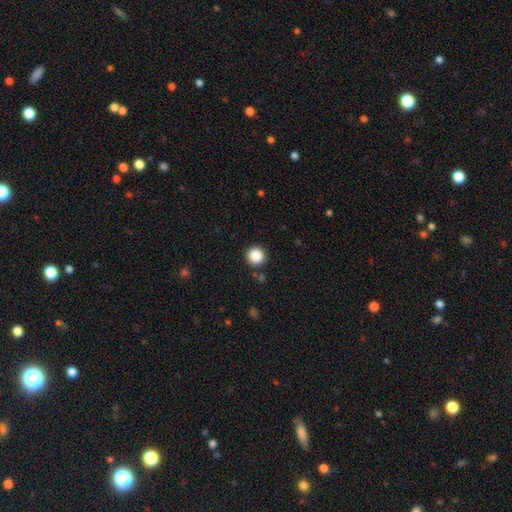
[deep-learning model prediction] smooth-or-featured: smooth: 87% | star or artifact: 10% | featured or disk: 3%
  how-rounded: round: 96% | in between: 3% | cigar-shaped: 1%
  merging: none: 91% | minor disturbance: 5% | merger: 2% | major disturbance: 2%